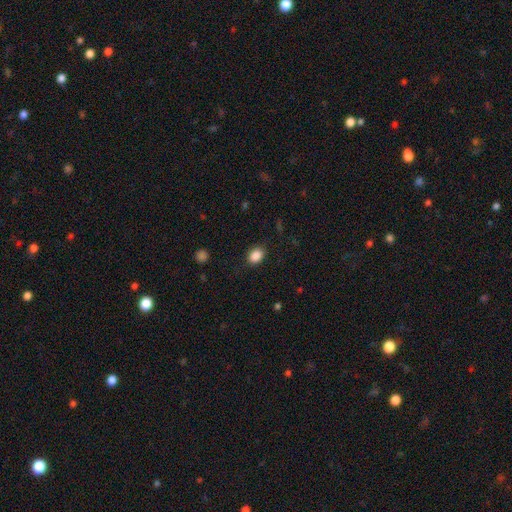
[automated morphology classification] smooth_or_featured: smooth (p=0.88) [alt: star or artifact p=0.09]
how_rounded: in between (p=0.62) [alt: round p=0.37]
merging: none (p=0.85) [alt: minor disturbance p=0.11]